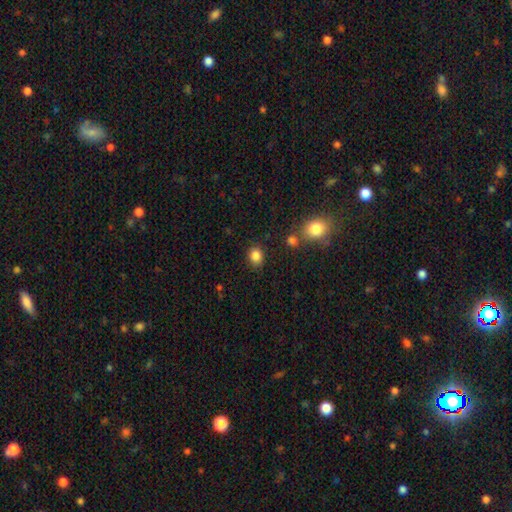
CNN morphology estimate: type=smooth (85%); roundness=round (58%); merging=none (83%).